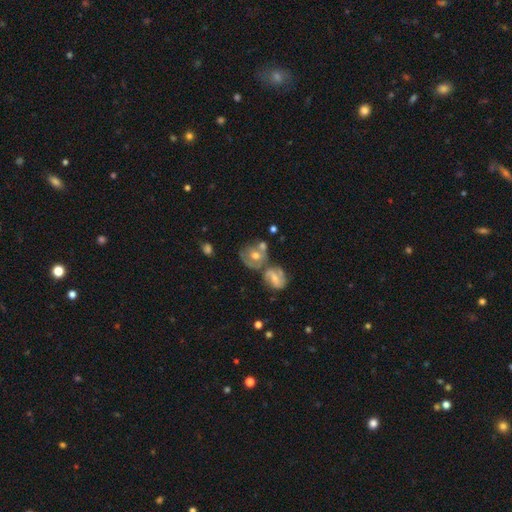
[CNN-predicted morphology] Smooth or featured? Predicted: featured or disk (p=0.56). Edge-on disk? Predicted: no (p=0.95). Bar? Predicted: no (p=0.60). Spiral arms? Predicted: yes (p=0.67). Bulge size? Predicted: moderate (p=0.64). Merging? Predicted: merger (p=0.45).